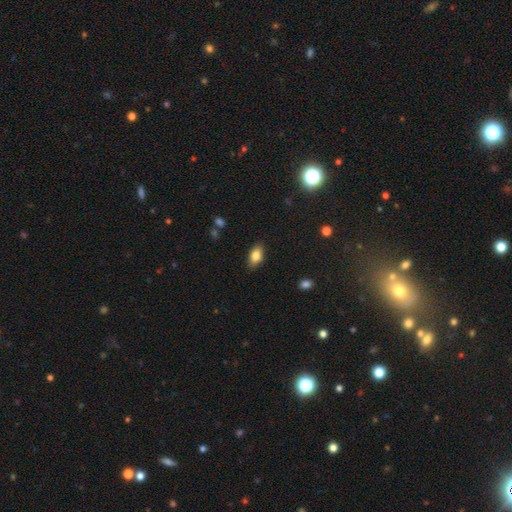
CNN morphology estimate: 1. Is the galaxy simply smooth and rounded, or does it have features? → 82% smooth, 11% featured or disk, 8% star or artifact.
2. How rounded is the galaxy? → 89% in between, 6% round, 5% cigar-shaped.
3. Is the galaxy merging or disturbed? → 85% none, 12% minor disturbance, 2% major disturbance, 1% merger.